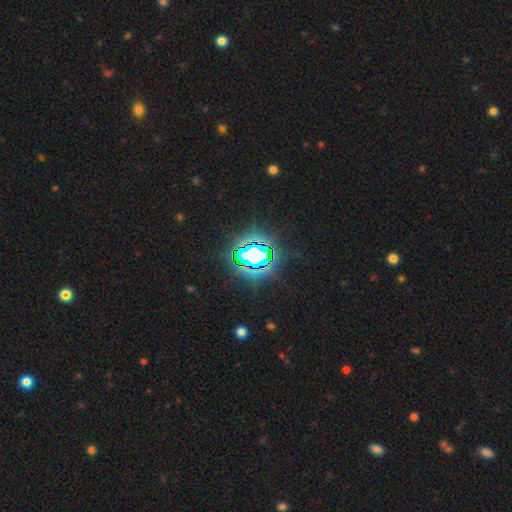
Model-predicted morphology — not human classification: A star or artifact, not a galaxy (76%).